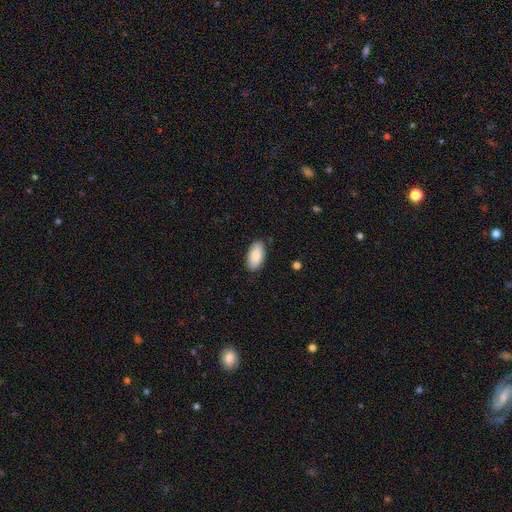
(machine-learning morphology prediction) Smooth or featured: smooth — 86% (featured or disk — 8%)
How rounded: in between — 94% (cigar-shaped — 4%)
Merging: none — 86% (minor disturbance — 10%)